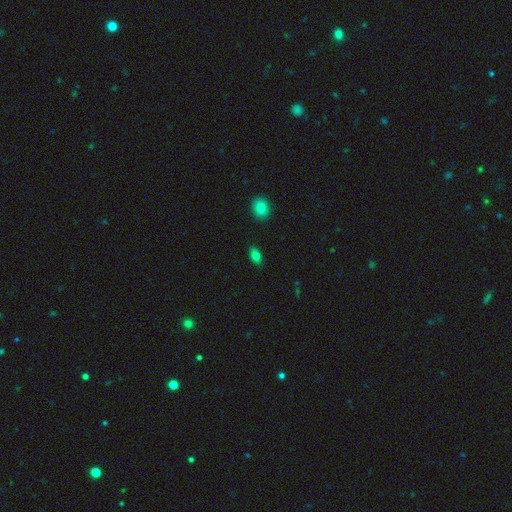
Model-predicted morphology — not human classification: This is clearly a smooth galaxy (80%). How rounded: clearly in between (88%). Merging: clearly none (87%).